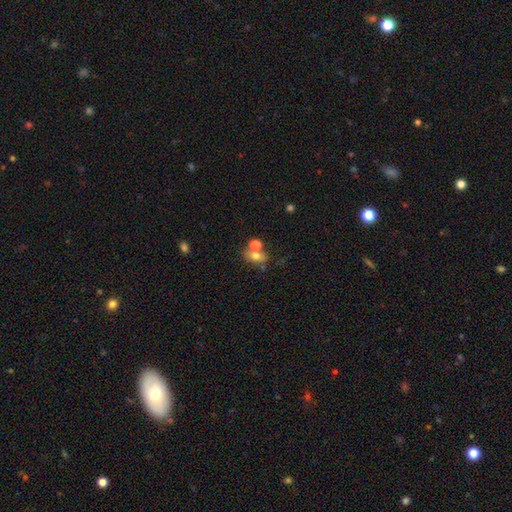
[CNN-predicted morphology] Q: Smooth or featured?
A: smooth (70%); runner-up: featured or disk (18%)
Q: How rounded?
A: in between (73%); runner-up: round (23%)
Q: Merging?
A: none (43%); runner-up: merger (37%)